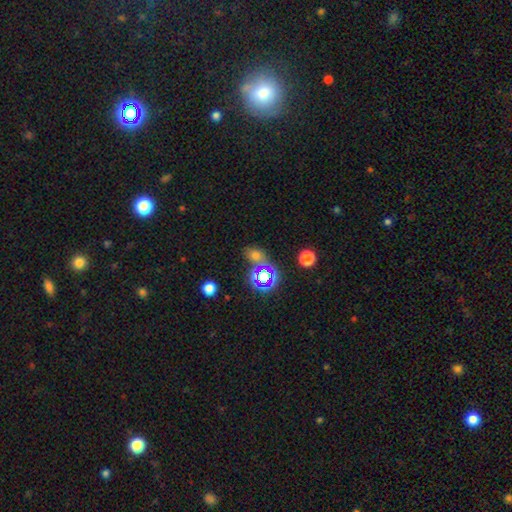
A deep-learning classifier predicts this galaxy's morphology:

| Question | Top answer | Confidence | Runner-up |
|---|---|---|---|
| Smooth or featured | smooth | 54% | star or artifact (37%) |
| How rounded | in between | 52% | round (46%) |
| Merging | none | 61% | merger (18%) |